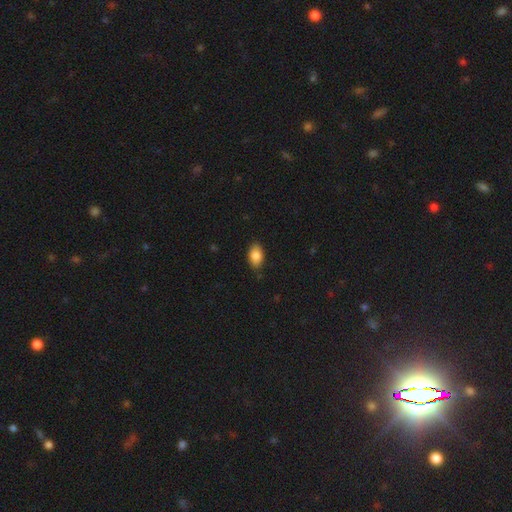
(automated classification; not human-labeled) A smooth galaxy with no disk features (85%) that is in between round and cigar-shaped (90%). Merging: none (84%).